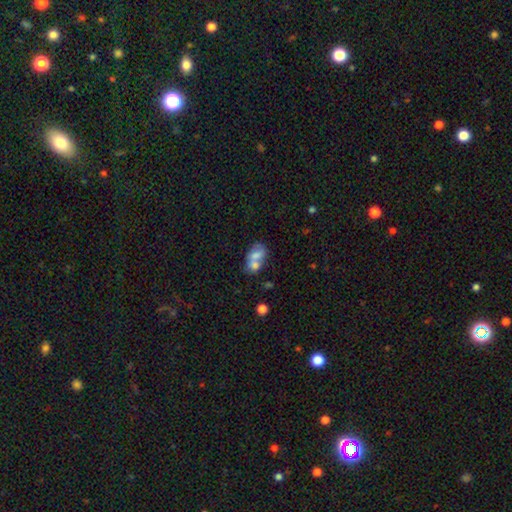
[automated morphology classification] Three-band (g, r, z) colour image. It shows a smooth galaxy with no disk features (66%) that is in between round and cigar-shaped (77%). Merging: merger (64%).